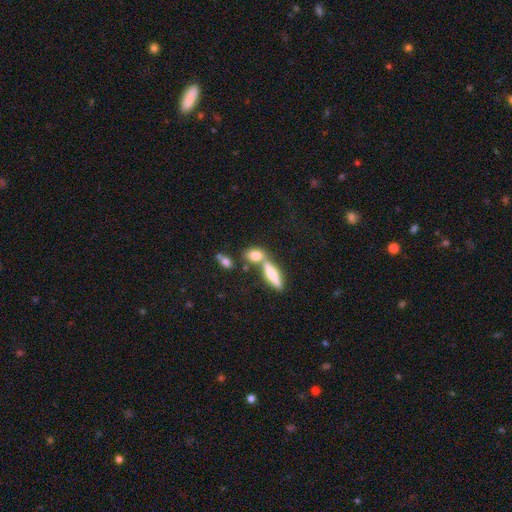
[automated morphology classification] Q: Smooth or featured?
A: smooth (74%); runner-up: featured or disk (17%)
Q: How rounded?
A: in between (63%); runner-up: cigar-shaped (18%)
Q: Merging?
A: none (45%); runner-up: merger (41%)